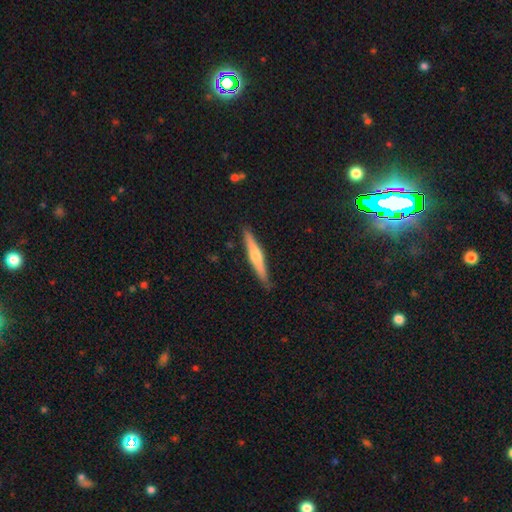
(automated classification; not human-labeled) Smooth or featured: featured or disk — 54% (smooth — 40%)
Edge-on disk: yes — 97% (no — 3%)
Edge-on bulge: rounded — 82% (none — 12%)
Merging: none — 87% (minor disturbance — 10%)